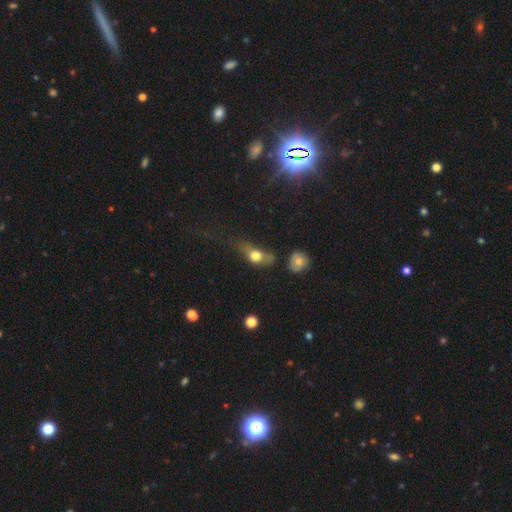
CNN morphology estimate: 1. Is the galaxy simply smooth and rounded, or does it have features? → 67% smooth, 22% featured or disk, 12% star or artifact.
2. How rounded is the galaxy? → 62% in between, 27% round, 11% cigar-shaped.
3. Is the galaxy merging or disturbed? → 35% major disturbance, 28% none, 26% minor disturbance, 10% merger.